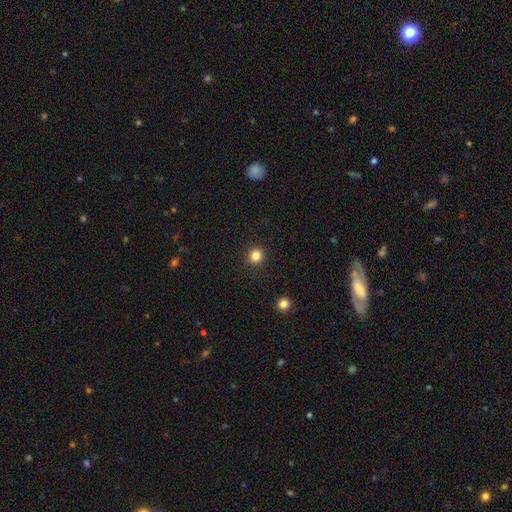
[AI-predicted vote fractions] This appears to be a smooth galaxy with no disk features (83%) that is round (95%). Merging: none (93%).